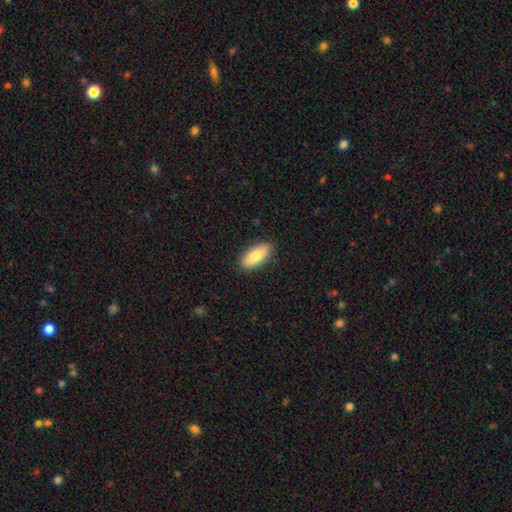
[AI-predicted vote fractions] smooth_or_featured: smooth (p=0.81) [alt: featured or disk p=0.13]
how_rounded: in between (p=0.88) [alt: cigar-shaped p=0.10]
merging: none (p=0.87) [alt: minor disturbance p=0.10]